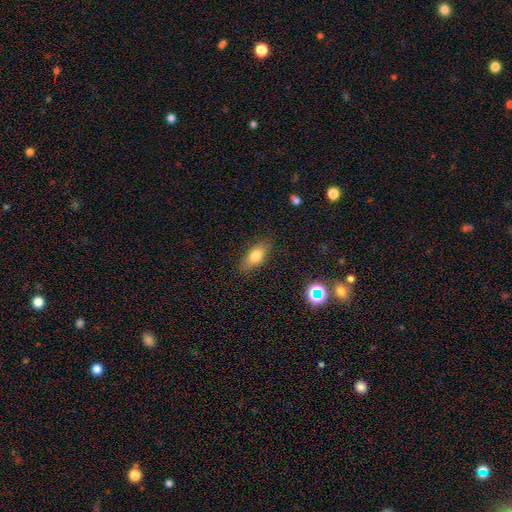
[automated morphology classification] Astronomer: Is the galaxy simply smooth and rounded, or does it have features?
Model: smooth — 74%.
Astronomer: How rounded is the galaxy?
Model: in between — 76%.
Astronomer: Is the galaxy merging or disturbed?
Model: none — 84%.